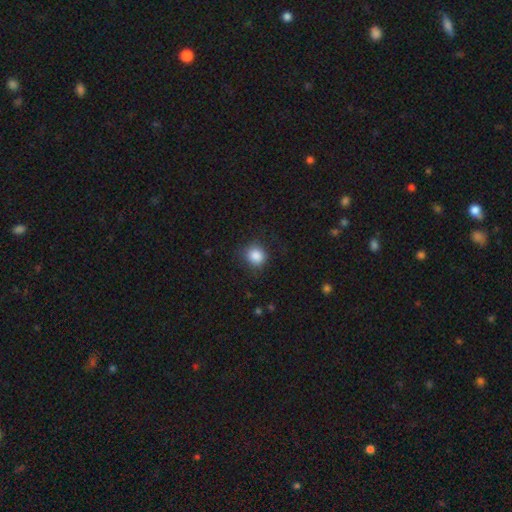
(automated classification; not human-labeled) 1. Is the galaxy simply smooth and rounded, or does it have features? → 86% smooth, 9% star or artifact, 5% featured or disk.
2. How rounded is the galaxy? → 83% round, 16% in between, 1% cigar-shaped.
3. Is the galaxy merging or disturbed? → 78% none, 15% minor disturbance, 6% major disturbance, 1% merger.